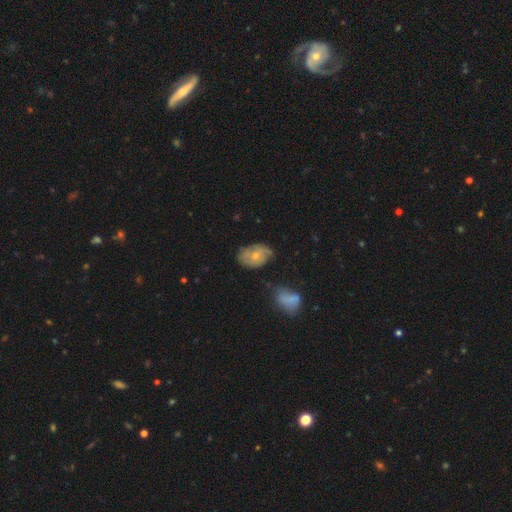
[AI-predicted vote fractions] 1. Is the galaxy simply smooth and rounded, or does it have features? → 48% smooth, 44% featured or disk, 7% star or artifact.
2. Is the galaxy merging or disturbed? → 53% none, 33% minor disturbance, 10% major disturbance, 5% merger.